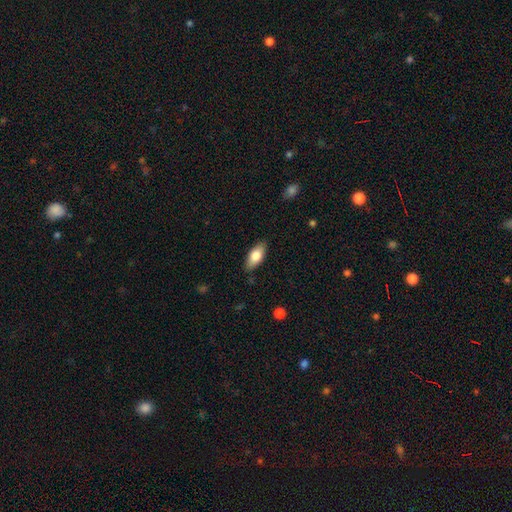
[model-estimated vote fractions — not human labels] smooth-or-featured: smooth: 74% | featured or disk: 20% | star or artifact: 6%
  how-rounded: in between: 85% | cigar-shaped: 12% | round: 3%
  merging: none: 86% | minor disturbance: 11% | major disturbance: 2% | merger: 1%